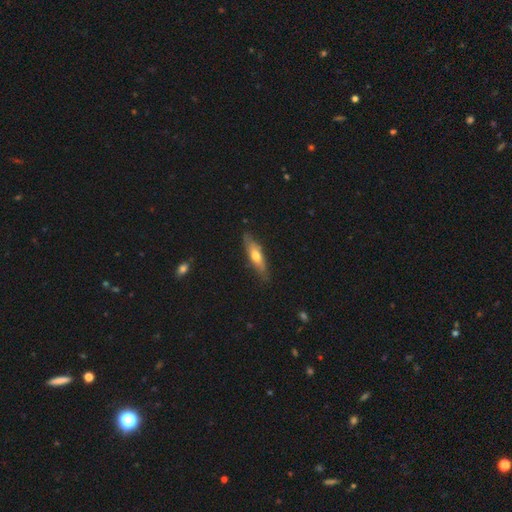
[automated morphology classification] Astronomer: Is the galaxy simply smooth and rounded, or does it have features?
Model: smooth — 54% (runner-up: featured or disk, 40%).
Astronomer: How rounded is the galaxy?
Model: cigar-shaped — 64%.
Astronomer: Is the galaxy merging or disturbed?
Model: none — 80%.